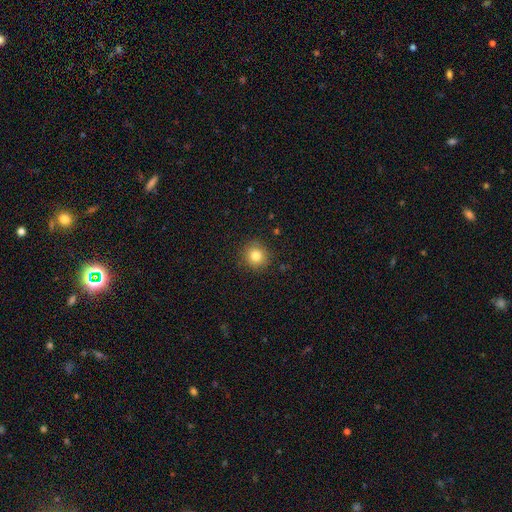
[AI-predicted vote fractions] Q: Smooth or featured?
A: smooth (82%); runner-up: star or artifact (11%)
Q: How rounded?
A: round (90%); runner-up: in between (9%)
Q: Merging?
A: none (89%); runner-up: minor disturbance (8%)